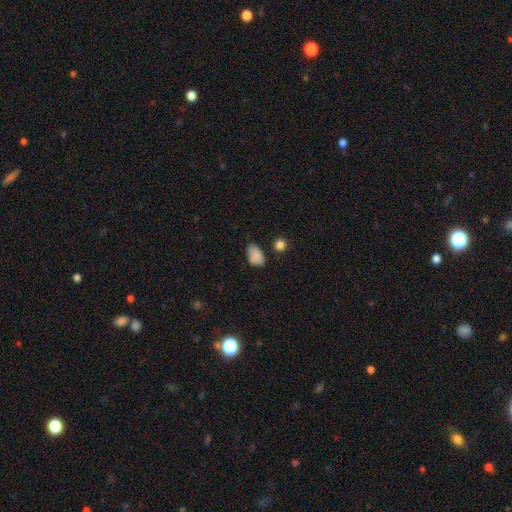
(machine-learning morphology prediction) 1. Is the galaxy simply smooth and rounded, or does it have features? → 85% smooth, 9% star or artifact, 6% featured or disk.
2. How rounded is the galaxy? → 88% in between, 11% round, 1% cigar-shaped.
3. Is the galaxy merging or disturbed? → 62% none, 27% minor disturbance, 6% major disturbance, 5% merger.